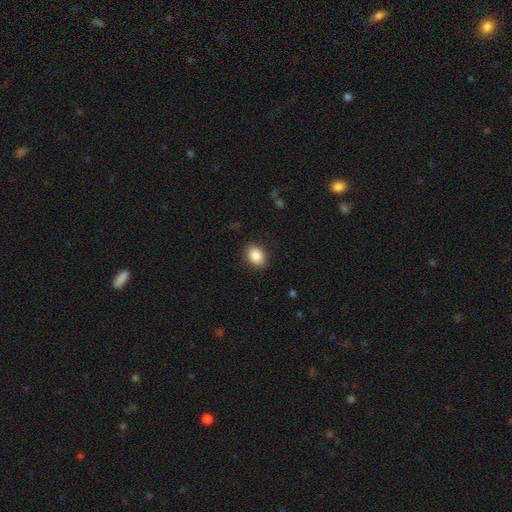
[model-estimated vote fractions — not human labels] smooth 88%, star or artifact 8%, featured or disk 4%. Down the decision tree: how rounded — in between (62%); merging — none (88%).